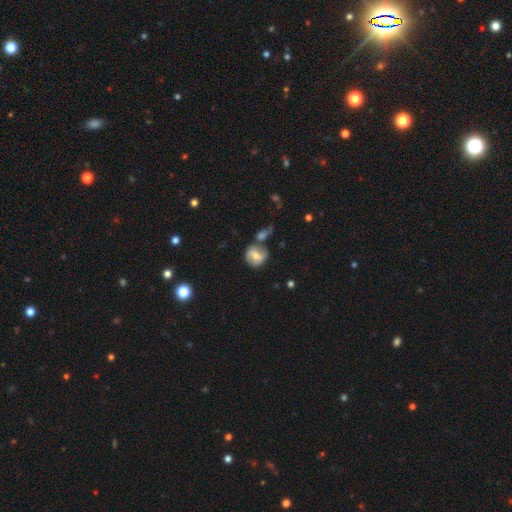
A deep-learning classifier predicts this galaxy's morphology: smooth_or_featured: smooth (p=0.49) [alt: featured or disk p=0.42]
merging: none (p=0.51) [alt: merger p=0.23]